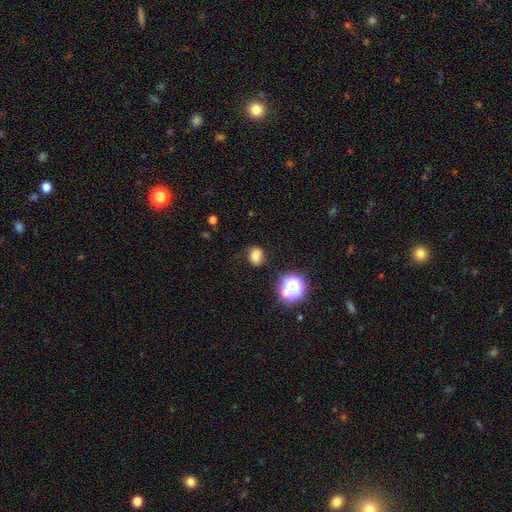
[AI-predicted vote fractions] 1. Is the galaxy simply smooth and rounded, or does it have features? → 70% smooth, 18% star or artifact, 12% featured or disk.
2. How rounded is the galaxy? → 51% in between, 48% round, 1% cigar-shaped.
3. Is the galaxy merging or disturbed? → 76% none, 16% minor disturbance, 5% major disturbance, 2% merger.